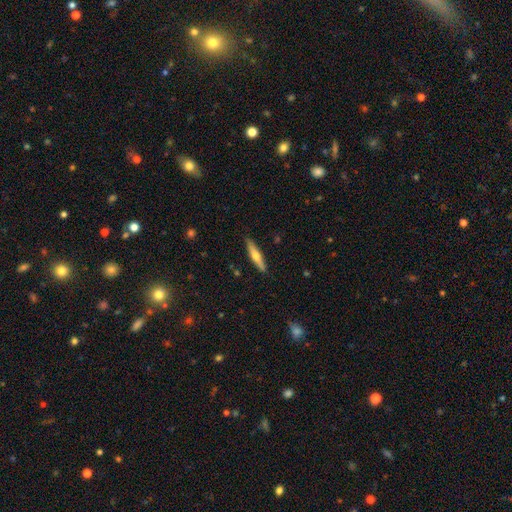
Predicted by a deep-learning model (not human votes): Morphology: type=smooth (48%); merging=none (89%).